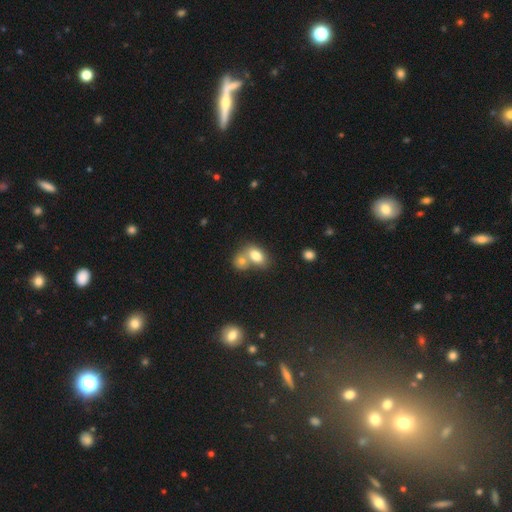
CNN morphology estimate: Smooth or featured? smooth (78%)
How rounded? in between (81%)
Merging? merger (57%)